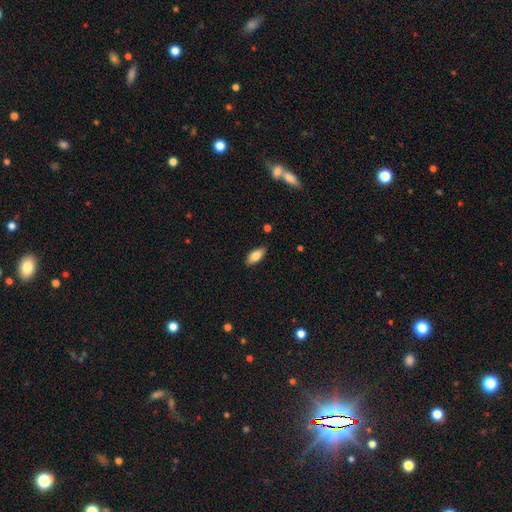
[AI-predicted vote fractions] smooth 78%, featured or disk 15%, star or artifact 7%. Down the decision tree: how rounded — in between (86%); merging — none (87%).